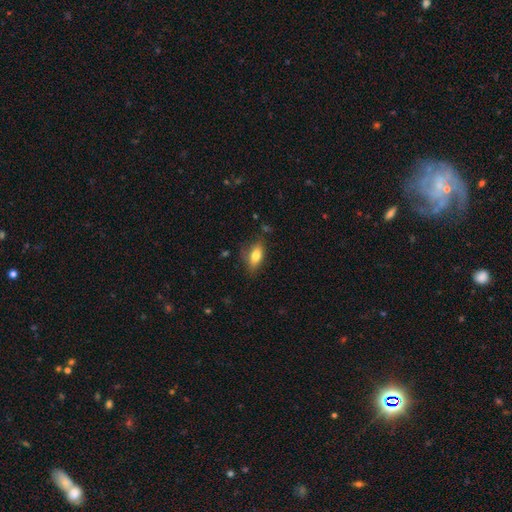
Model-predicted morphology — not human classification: Smooth or featured? smooth (78%)
How rounded? in between (86%)
Merging? none (68%)